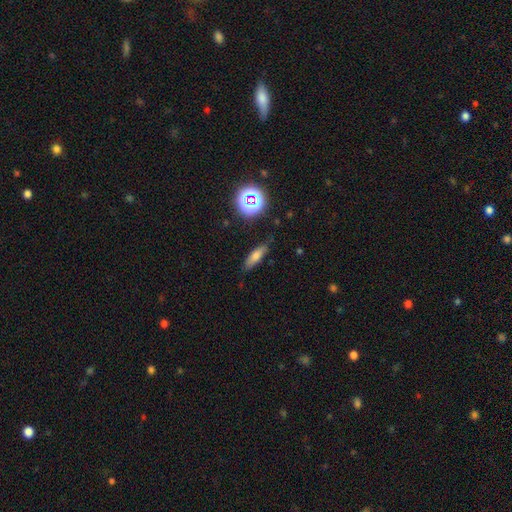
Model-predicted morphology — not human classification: Overall: smooth (70%). How rounded: cigar-shaped (51%; in between 45%). Merging: none (79%).